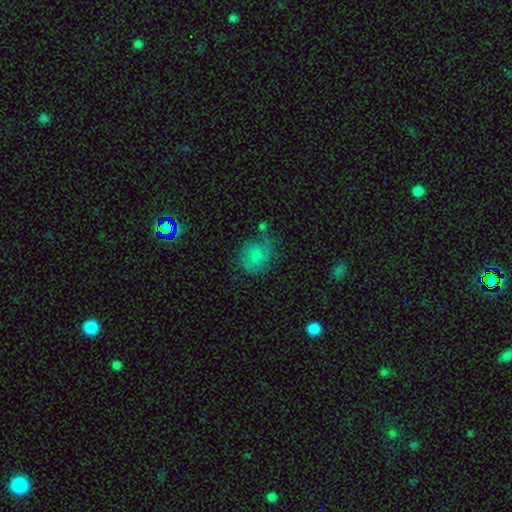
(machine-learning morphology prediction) Overall: smooth (62%; featured or disk 26%). How rounded: round (67%; in between 32%). Merging: none (52%; minor disturbance 27%).